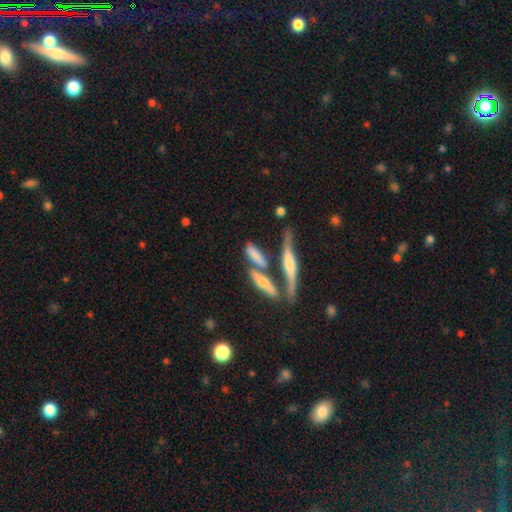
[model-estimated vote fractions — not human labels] Overall: smooth (56%; featured or disk 36%). How rounded: cigar-shaped (58%; in between 38%). Merging: none (44%; merger 36%).